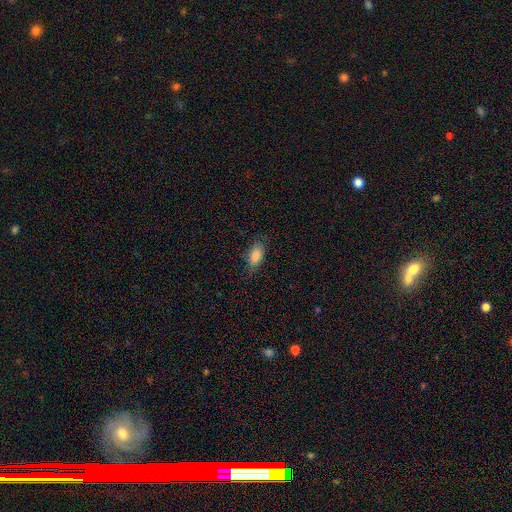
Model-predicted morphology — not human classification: This appears to be a smooth galaxy with no disk features (82%) that is in between round and cigar-shaped (84%). Merging: none (76%).